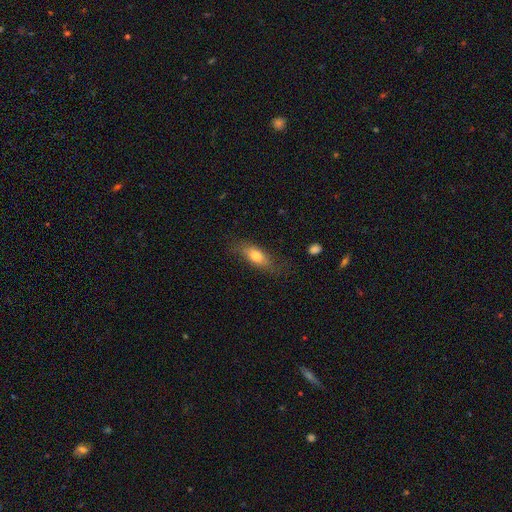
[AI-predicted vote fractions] smooth_or_featured: smooth (p=0.73) [alt: featured or disk p=0.20]
how_rounded: in between (p=0.72) [alt: cigar-shaped p=0.24]
merging: none (p=0.68) [alt: minor disturbance p=0.22]